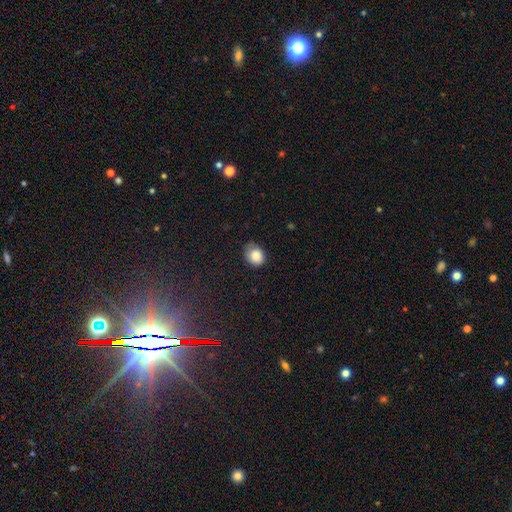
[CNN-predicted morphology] smooth 85%, star or artifact 9%, featured or disk 7%. Down the decision tree: how rounded — round (58%); merging — none (64%).